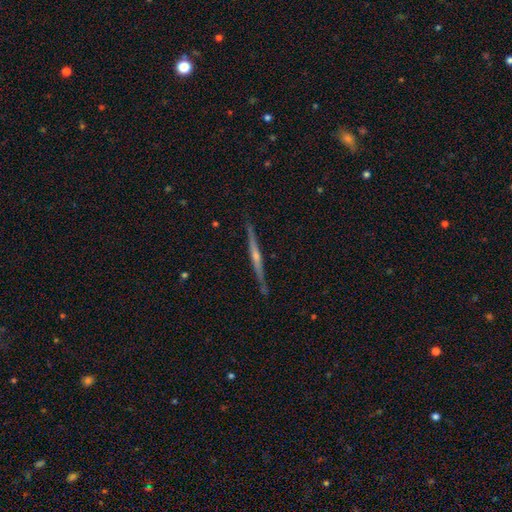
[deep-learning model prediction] Overall: featured or disk (77%). Edge-on disk: yes (98%). Edge-on bulge: rounded (67%). Merging: none (88%).